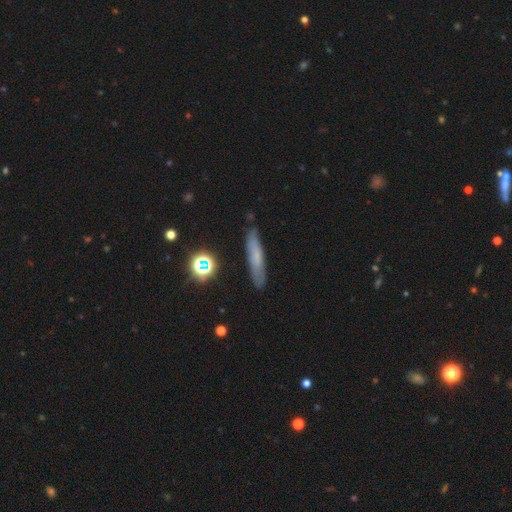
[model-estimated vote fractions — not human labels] smooth 60%, featured or disk 28%, star or artifact 12%. Down the decision tree: how rounded — cigar-shaped (84%); merging — none (82%).